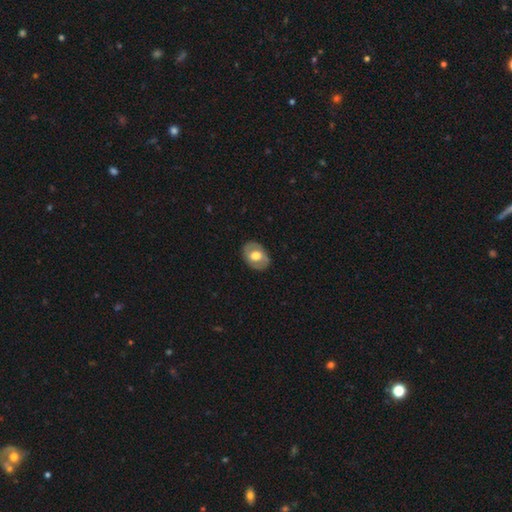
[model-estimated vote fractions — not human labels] Morphology: type=smooth (52%); roundness=in between (74%); merging=none (84%).